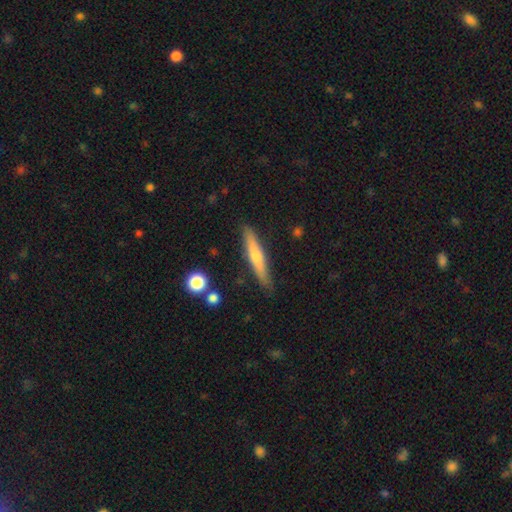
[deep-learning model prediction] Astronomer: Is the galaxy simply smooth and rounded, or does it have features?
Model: smooth — 54% (runner-up: featured or disk, 40%).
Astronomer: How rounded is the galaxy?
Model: cigar-shaped — 93%.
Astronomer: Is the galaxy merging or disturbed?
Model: none — 87%.